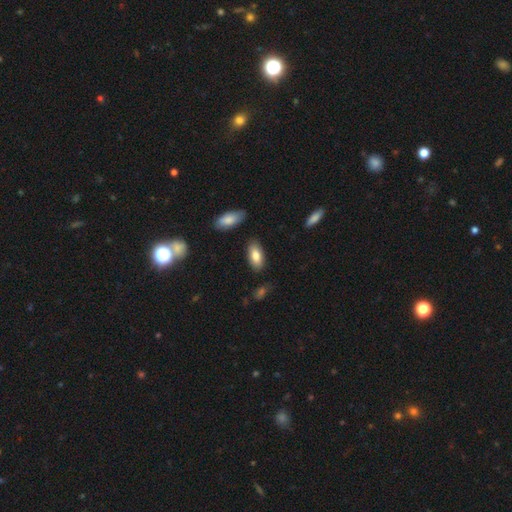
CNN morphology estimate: Smooth or featured: smooth — 81% (featured or disk — 13%)
How rounded: in between — 90% (cigar-shaped — 8%)
Merging: none — 84% (minor disturbance — 11%)